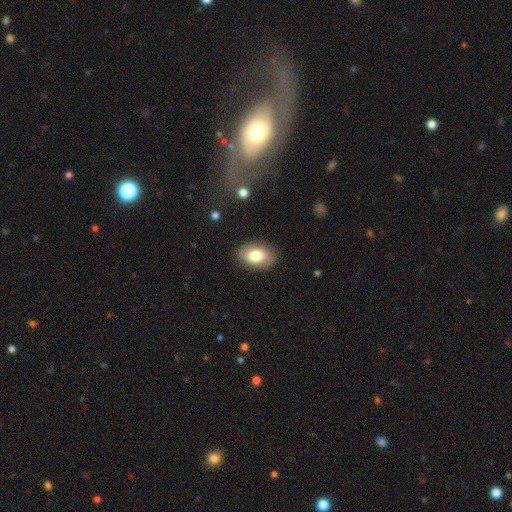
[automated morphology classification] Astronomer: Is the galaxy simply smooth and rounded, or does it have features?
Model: smooth — 78%.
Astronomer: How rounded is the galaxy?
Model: in between — 87%.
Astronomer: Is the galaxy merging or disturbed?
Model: none — 86%.